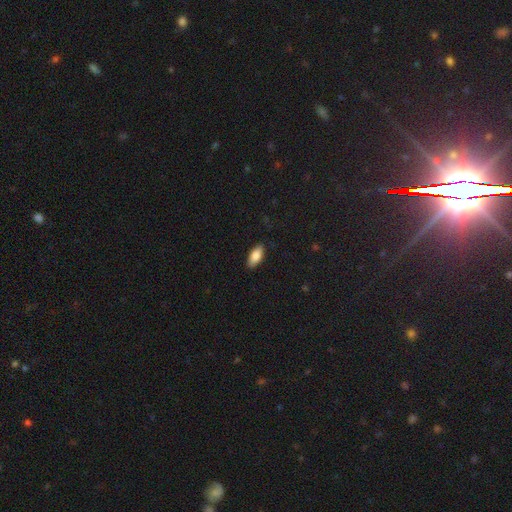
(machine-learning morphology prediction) smooth_or_featured: smooth (p=0.84) [alt: featured or disk p=0.10]
how_rounded: in between (p=0.83) [alt: cigar-shaped p=0.15]
merging: none (p=0.86) [alt: minor disturbance p=0.11]